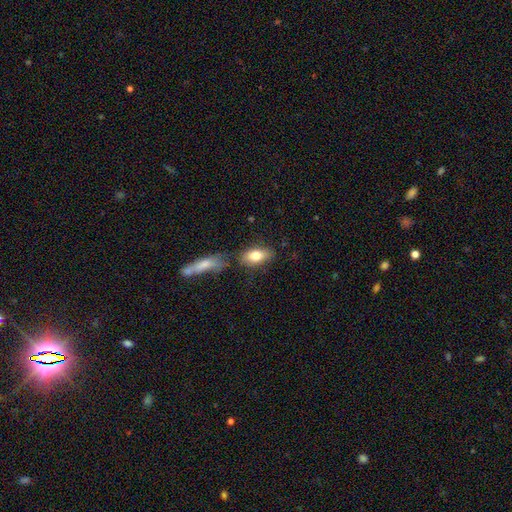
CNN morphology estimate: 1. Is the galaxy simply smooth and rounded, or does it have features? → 77% smooth, 16% featured or disk, 7% star or artifact.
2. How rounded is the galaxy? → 86% in between, 10% cigar-shaped, 5% round.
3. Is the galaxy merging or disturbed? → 67% none, 15% minor disturbance, 13% merger, 5% major disturbance.